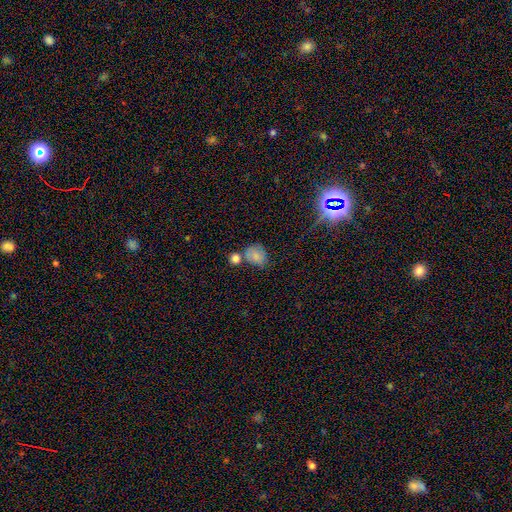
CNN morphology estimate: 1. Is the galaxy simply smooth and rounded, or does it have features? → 77% smooth, 12% star or artifact, 11% featured or disk.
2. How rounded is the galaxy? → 54% round, 45% in between, 1% cigar-shaped.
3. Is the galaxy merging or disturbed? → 46% none, 27% merger, 19% minor disturbance, 8% major disturbance.